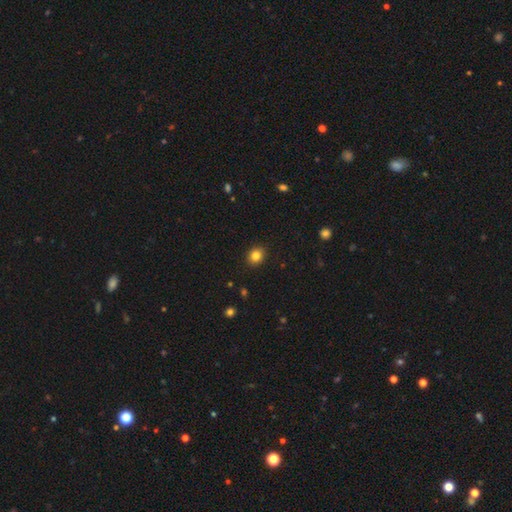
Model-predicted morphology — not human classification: Q: Smooth or featured?
A: smooth (84%); runner-up: star or artifact (11%)
Q: How rounded?
A: round (71%); runner-up: in between (28%)
Q: Merging?
A: none (91%); runner-up: minor disturbance (6%)